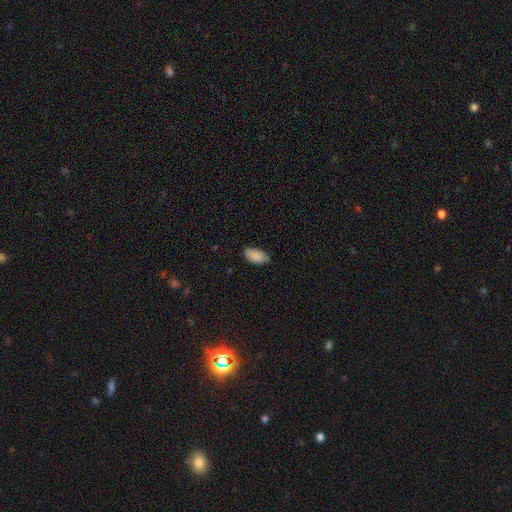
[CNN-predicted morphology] Smooth or featured?
  - smooth: 88% *
  - star or artifact: 7%
  - featured or disk: 6%
How rounded?
  - in between: 94% *
  - cigar-shaped: 3%
  - round: 2%
Merging?
  - none: 73% *
  - minor disturbance: 22%
  - major disturbance: 3%
  - merger: 1%